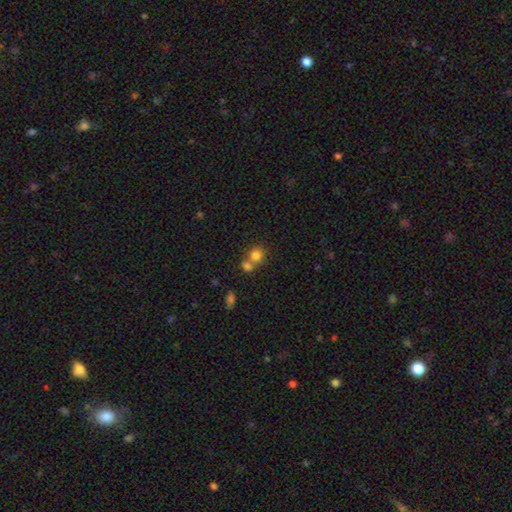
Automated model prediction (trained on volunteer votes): The model was most divided on "merging": none: 46%, merger: 44%, minor disturbance: 7%, major disturbance: 3%. More confident: how rounded — round (86%); smooth or featured — smooth (79%).